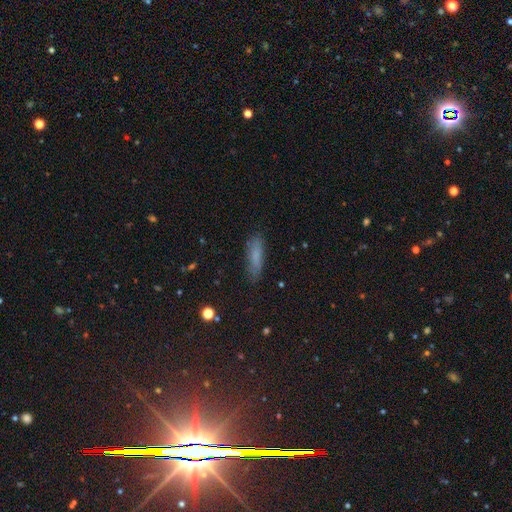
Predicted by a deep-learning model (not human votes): Overall: smooth (75%). How rounded: cigar-shaped (64%; in between 34%). Merging: none (81%).